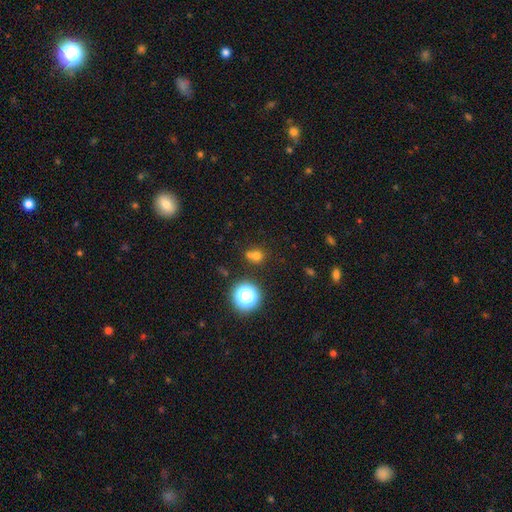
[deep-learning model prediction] smooth-or-featured: smooth: 67% | star or artifact: 23% | featured or disk: 10%
  how-rounded: round: 83% | in between: 16% | cigar-shaped: 1%
  merging: none: 51% | merger: 36% | minor disturbance: 8% | major disturbance: 4%